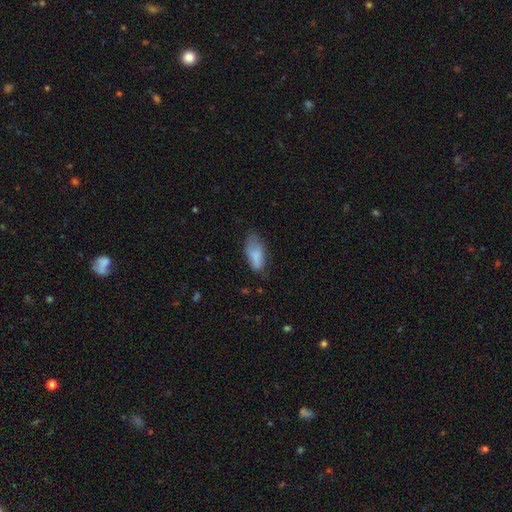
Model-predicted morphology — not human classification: Smooth or featured? Predicted: smooth (p=0.80). How rounded? Predicted: in between (p=0.85). Merging? Predicted: none (p=0.49).